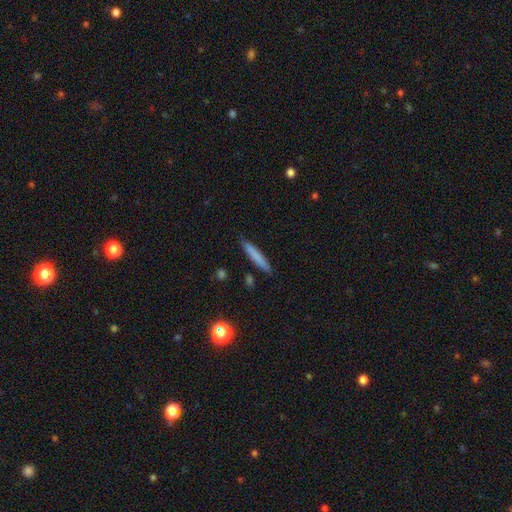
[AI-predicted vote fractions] Smooth or featured: smooth — 76% (featured or disk — 17%)
How rounded: cigar-shaped — 94% (in between — 5%)
Merging: none — 87% (minor disturbance — 9%)